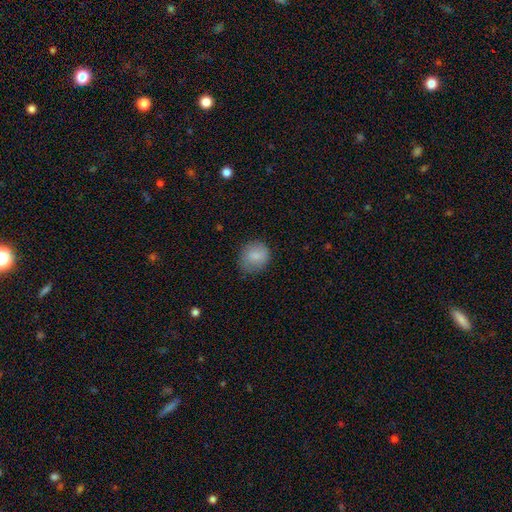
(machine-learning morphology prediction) This appears to be a smooth galaxy with no disk features (85%) that is round (80%). Merging: none (76%).